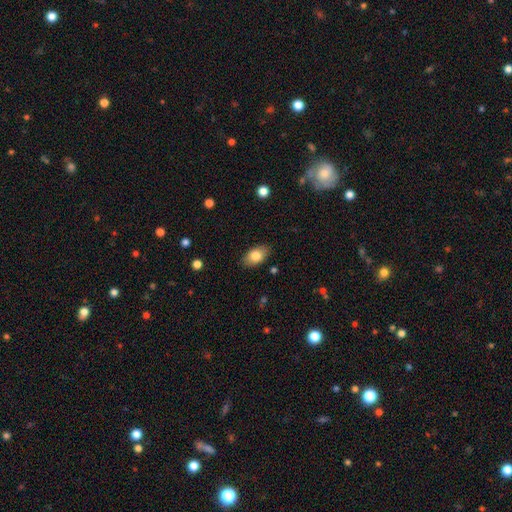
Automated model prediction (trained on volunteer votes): Smooth or featured?
  - smooth: 81% *
  - featured or disk: 12%
  - star or artifact: 7%
How rounded?
  - in between: 90% *
  - round: 8%
  - cigar-shaped: 2%
Merging?
  - none: 85% *
  - minor disturbance: 11%
  - major disturbance: 3%
  - merger: 1%